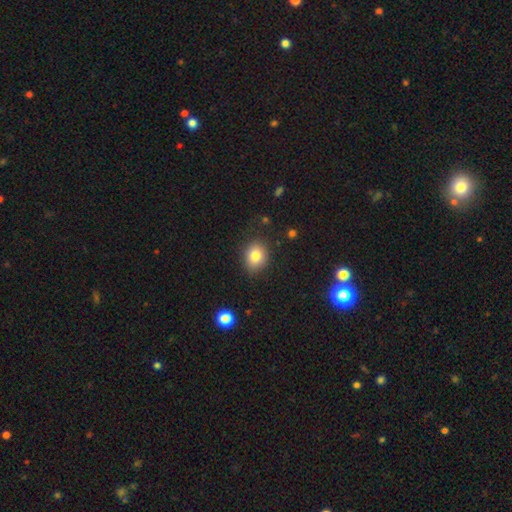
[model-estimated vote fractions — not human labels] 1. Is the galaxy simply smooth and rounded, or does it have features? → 81% smooth, 10% star or artifact, 8% featured or disk.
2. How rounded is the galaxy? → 55% round, 44% in between, 1% cigar-shaped.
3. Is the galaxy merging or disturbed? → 84% none, 12% minor disturbance, 3% major disturbance, 1% merger.